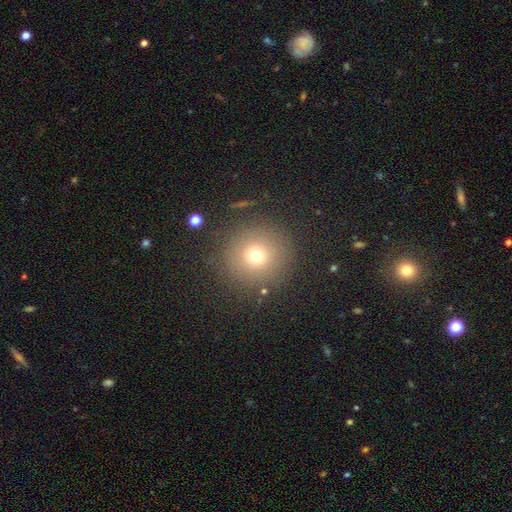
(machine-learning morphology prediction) This is likely a smooth galaxy (70%). How rounded: clearly round (94%). Merging: clearly none (86%).